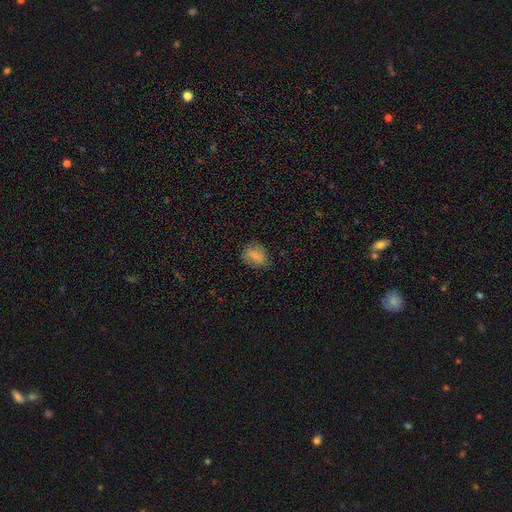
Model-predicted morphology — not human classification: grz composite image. It shows a smooth galaxy with no disk features (72%) that is in between round and cigar-shaped (56%). Merging: none (72%).